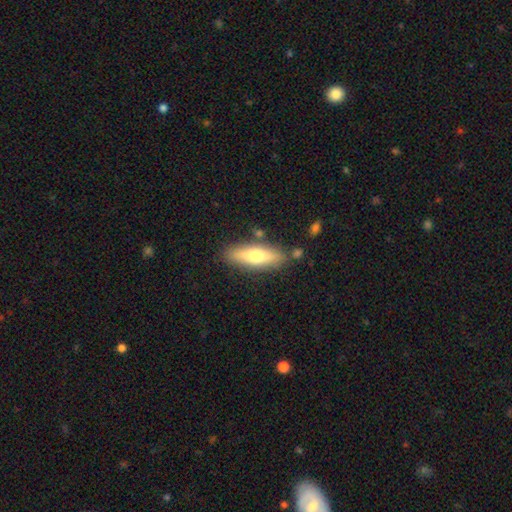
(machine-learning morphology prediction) Overall: smooth (58%; featured or disk 36%). How rounded: cigar-shaped (61%; in between 37%). Merging: none (81%).